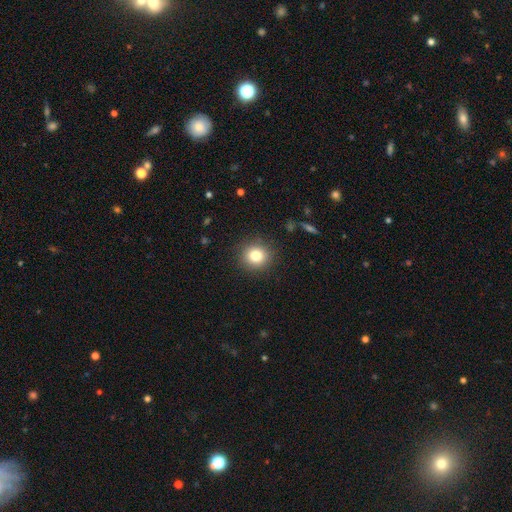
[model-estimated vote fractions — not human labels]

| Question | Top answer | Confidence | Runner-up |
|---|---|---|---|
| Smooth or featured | smooth | 81% | star or artifact (12%) |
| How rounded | round | 90% | in between (9%) |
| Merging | none | 89% | minor disturbance (7%) |